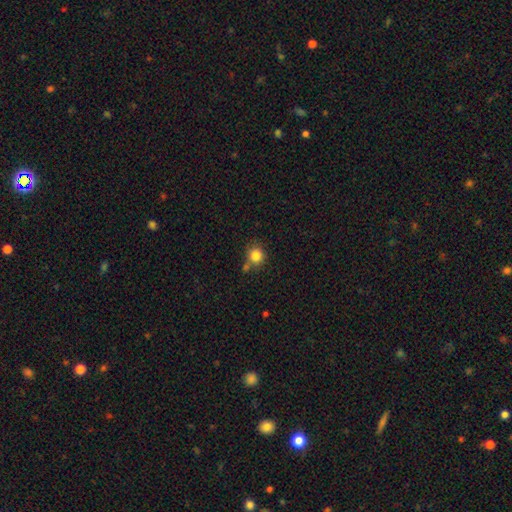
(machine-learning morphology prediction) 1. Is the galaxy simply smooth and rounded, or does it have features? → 84% smooth, 11% star or artifact, 5% featured or disk.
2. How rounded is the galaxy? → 88% round, 11% in between, 1% cigar-shaped.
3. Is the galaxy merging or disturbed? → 68% none, 15% merger, 14% minor disturbance, 4% major disturbance.